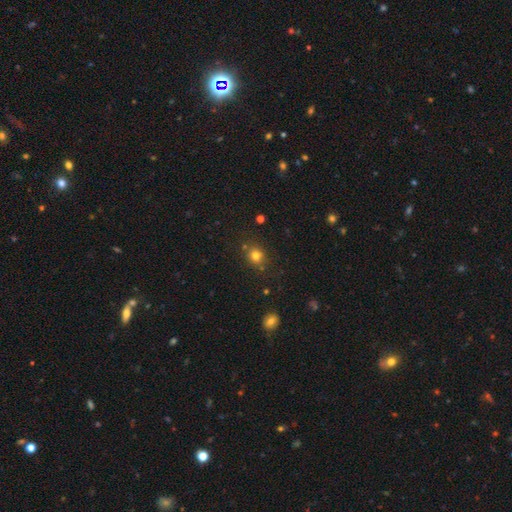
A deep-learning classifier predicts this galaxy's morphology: Smooth or featured? smooth (76%)
How rounded? round (81%)
Merging? none (79%)